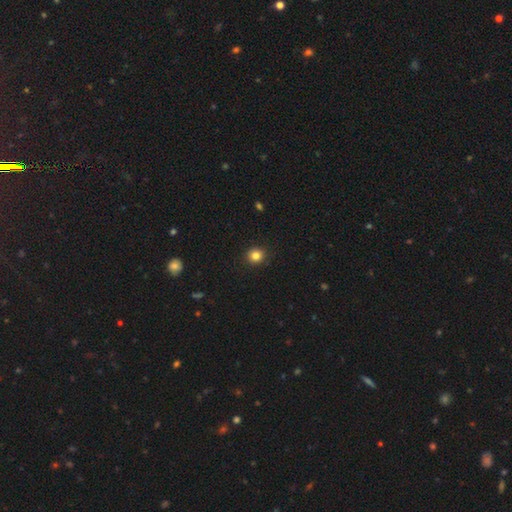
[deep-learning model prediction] This is clearly a smooth galaxy (83%). How rounded: clearly round (89%). Merging: clearly none (92%).